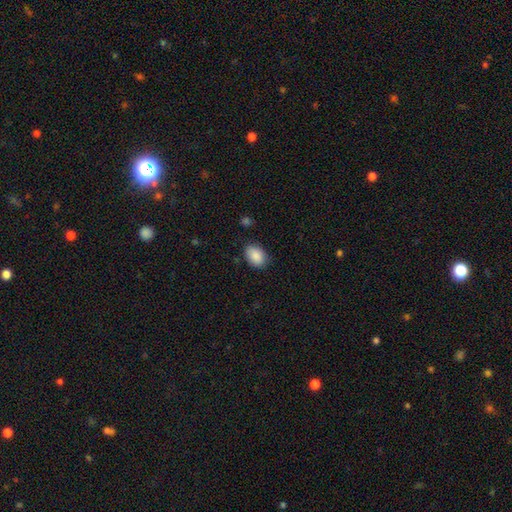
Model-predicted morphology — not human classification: Smooth or featured? Predicted: smooth (p=0.88). How rounded? Predicted: in between (p=0.82). Merging? Predicted: none (p=0.82).